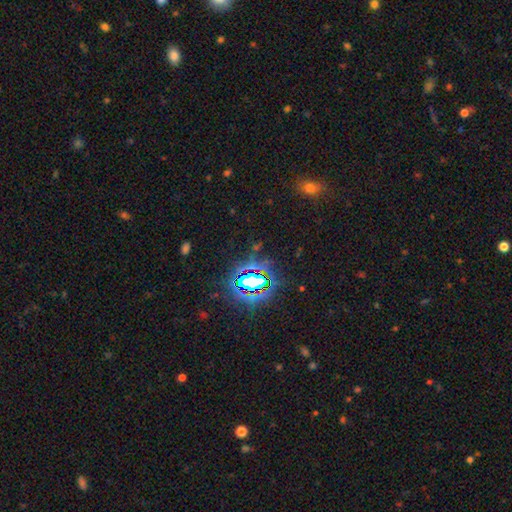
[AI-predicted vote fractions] Smooth or featured?
  - star or artifact: 77% *
  - smooth: 14%
  - featured or disk: 9%